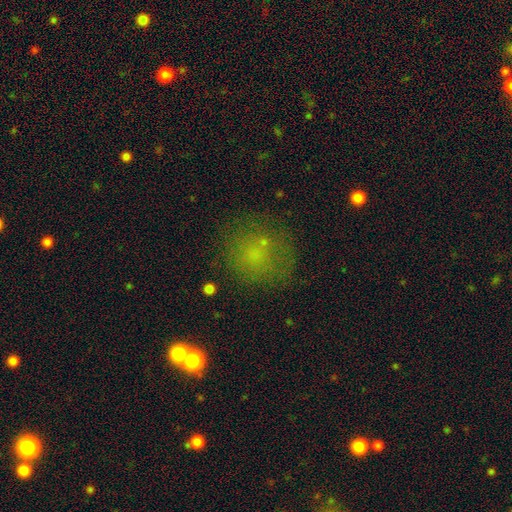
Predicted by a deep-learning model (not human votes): smooth_or_featured: smooth (p=0.61) [alt: star or artifact p=0.25]
how_rounded: round (p=0.84) [alt: in between p=0.15]
merging: none (p=0.71) [alt: minor disturbance p=0.15]